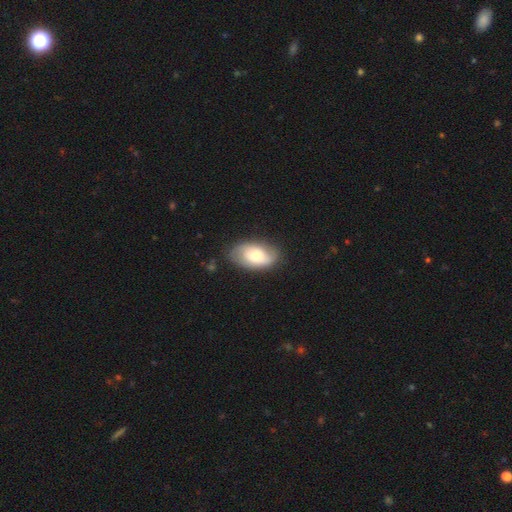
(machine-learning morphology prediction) A smooth galaxy with no disk features (57%) that is in between round and cigar-shaped (93%).

Vote fractions:
- Smooth or featured? smooth: 57% / featured or disk: 36% / star or artifact: 7%
- How rounded? in between: 93% / round: 6% / cigar-shaped: 2%
- Merging? none: 75% / minor disturbance: 18% / major disturbance: 5% / merger: 2%